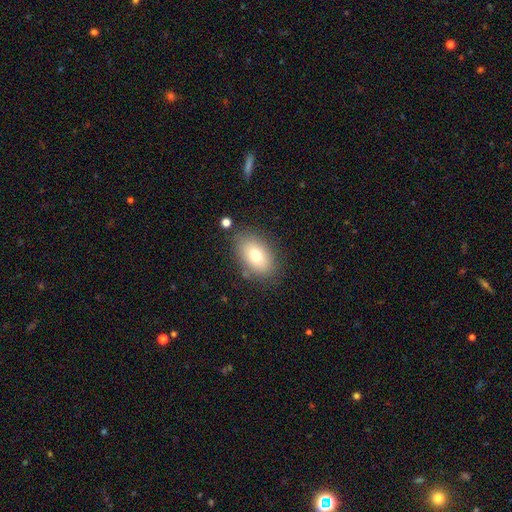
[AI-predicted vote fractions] Smooth or featured? smooth (73%)
How rounded? in between (87%)
Merging? none (79%)